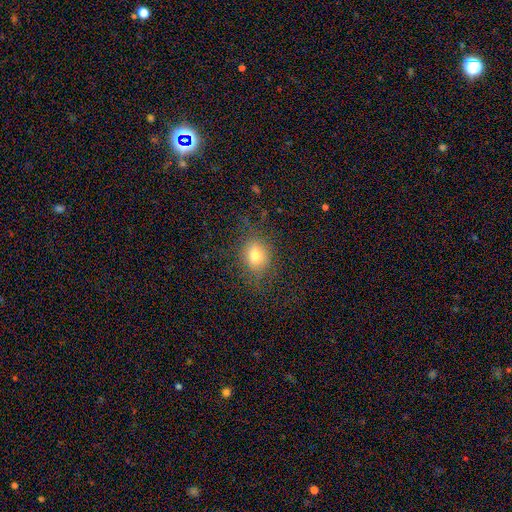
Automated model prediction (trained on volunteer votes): smooth-or-featured: smooth: 71% | star or artifact: 15% | featured or disk: 13%
  how-rounded: round: 52% | in between: 46% | cigar-shaped: 2%
  merging: none: 77% | minor disturbance: 14% | major disturbance: 7% | merger: 1%